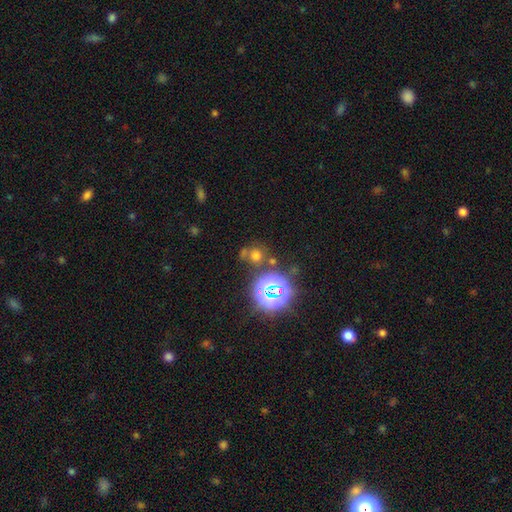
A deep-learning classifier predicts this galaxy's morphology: Smooth or featured? Predicted: smooth (p=0.55). How rounded? Predicted: round (p=0.84). Merging? Predicted: none (p=0.65).